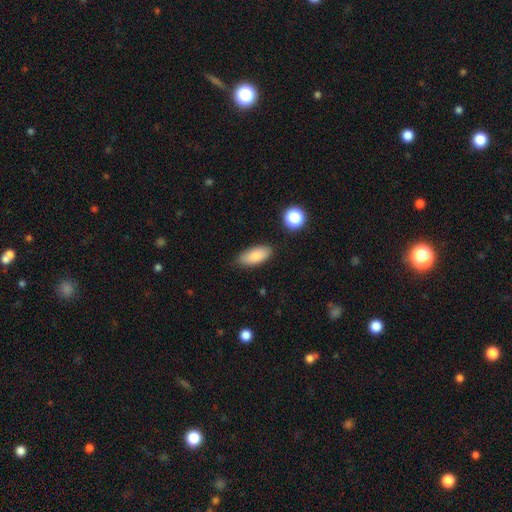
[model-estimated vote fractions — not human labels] Smooth or featured? smooth (84%)
How rounded? in between (87%)
Merging? none (81%)